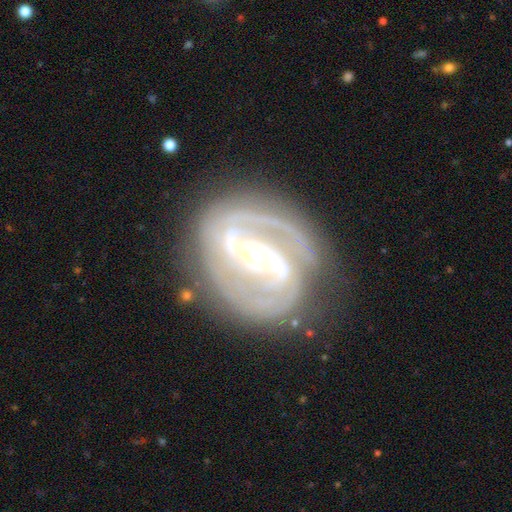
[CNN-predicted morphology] A featured or disk galaxy (89%) with a strong bar (58%), 2 (75%) tight (50%) spiral arms (94%) and a small central bulge (54%). Merging: none (74%).